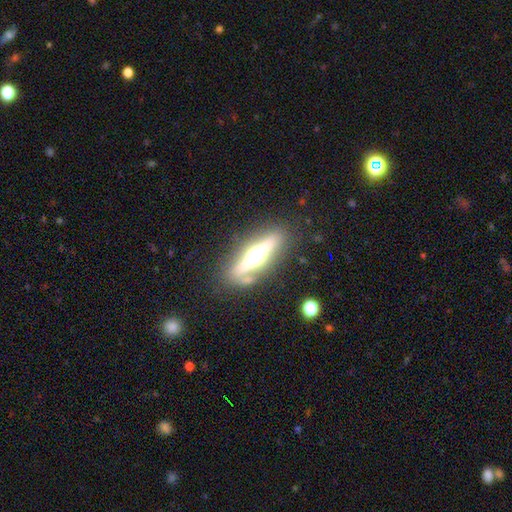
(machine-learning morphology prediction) Smooth or featured? featured or disk (71%)
Edge-on disk? yes (90%)
Edge-on bulge? rounded (93%)
Merging? none (81%)